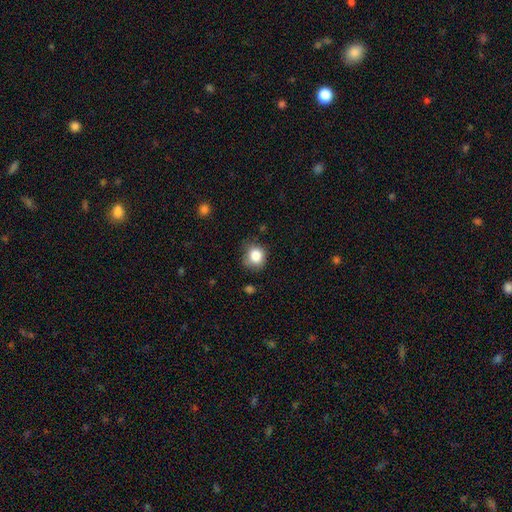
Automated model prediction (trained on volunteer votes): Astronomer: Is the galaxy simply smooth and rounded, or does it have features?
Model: smooth — 84%.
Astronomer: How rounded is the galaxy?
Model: round — 82%.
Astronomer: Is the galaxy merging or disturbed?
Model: none — 70%.